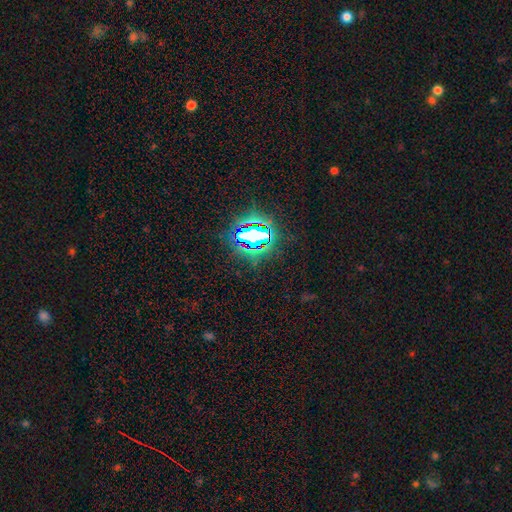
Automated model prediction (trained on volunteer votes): smooth_or_featured: star or artifact (p=0.82) [alt: smooth p=0.11]